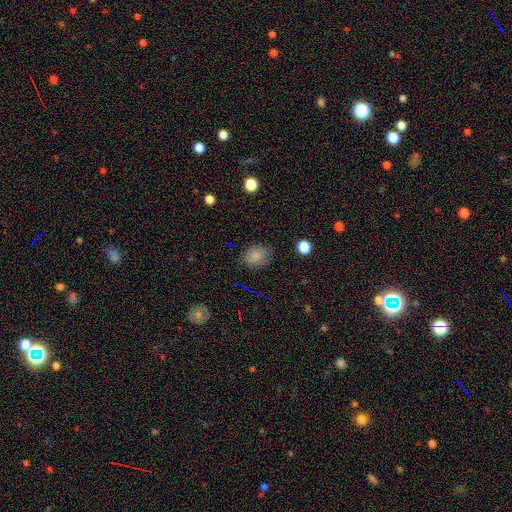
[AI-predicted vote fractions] Smooth or featured? smooth (81%)
How rounded? round (57%)
Merging? none (74%)